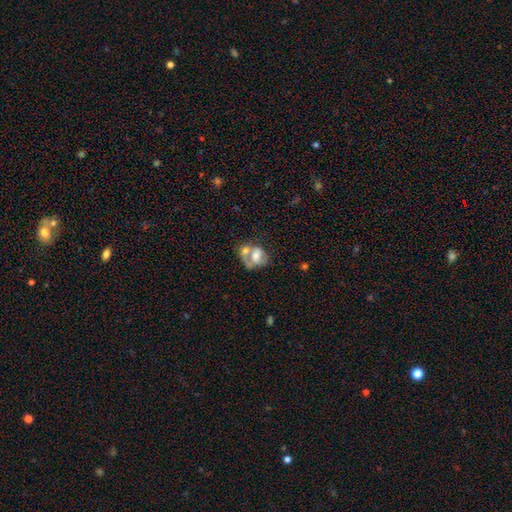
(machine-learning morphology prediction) This is possibly a smooth galaxy (51%). How rounded: likely in between (65%). Merging: possibly merger (57%).